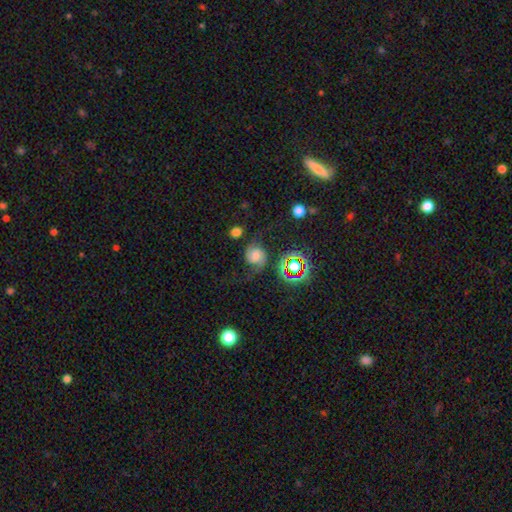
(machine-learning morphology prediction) smooth-or-featured: featured or disk: 67% | smooth: 19% | star or artifact: 14%
  disk-edge-on: no: 97% | yes: 3%
    bar: no: 65% | weak: 28% | strong: 8%
    has-spiral-arms: yes: 95% | no: 5%
      spiral-winding: loose: 50% | medium: 39% | tight: 11%
      spiral-arm-count: 2: 90% | 1: 4% | can't tell: 3% | 3: 1% | 4: 1% | more than 4: 1%
    bulge-size: moderate: 44% | small: 27% | large: 16% | none: 8% | dominant: 5%
  merging: none: 59% | minor disturbance: 20% | major disturbance: 17% | merger: 4%